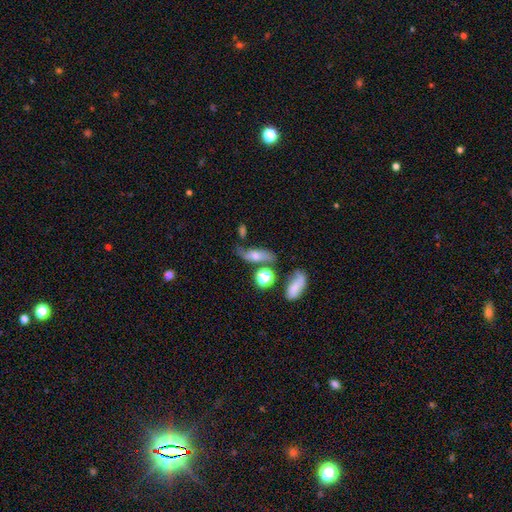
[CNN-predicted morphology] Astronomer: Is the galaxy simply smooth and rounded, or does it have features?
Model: smooth — 53% (runner-up: featured or disk, 36%).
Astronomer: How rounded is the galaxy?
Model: in between — 56% (runner-up: cigar-shaped, 33%).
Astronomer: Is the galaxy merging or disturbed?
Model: none — 52%.